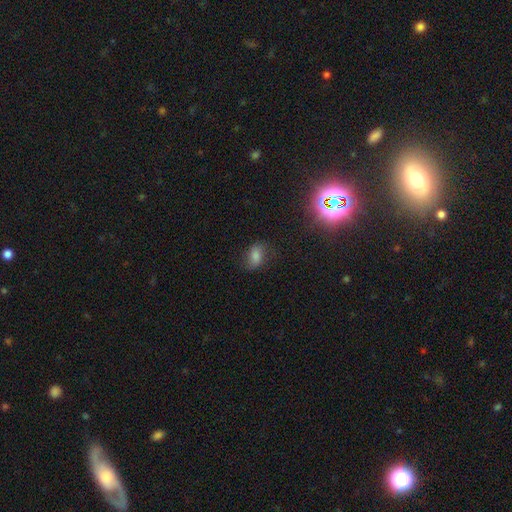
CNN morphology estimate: The model was most divided on "smooth or featured": smooth: 68%, star or artifact: 19%, featured or disk: 13%. More confident: how rounded — in between (82%); merging — none (72%).